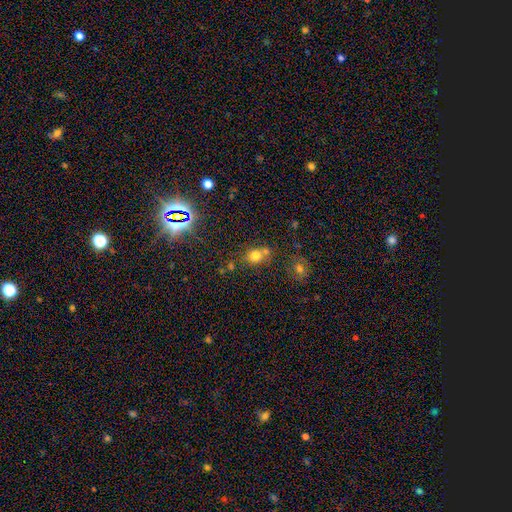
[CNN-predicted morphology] Smooth or featured: smooth — 73% (star or artifact — 18%)
How rounded: round — 73% (in between — 26%)
Merging: none — 55% (merger — 30%)